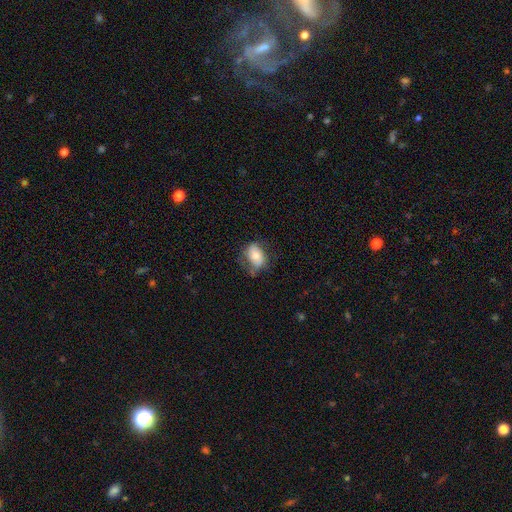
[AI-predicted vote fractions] This is likely a smooth galaxy (66%). How rounded: likely in between (76%). Merging: possibly none (53%).